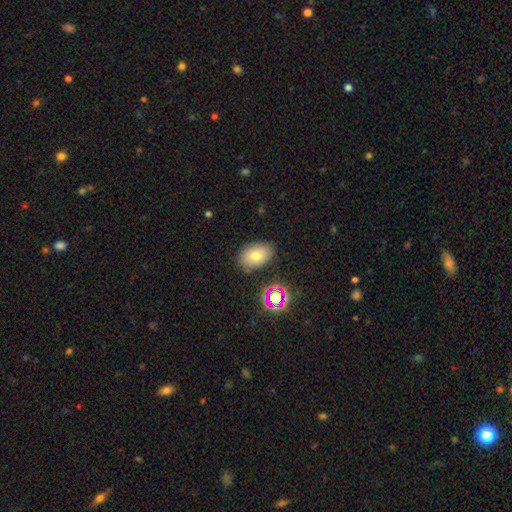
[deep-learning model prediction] Overall: smooth (68%). How rounded: in between (84%). Merging: none (80%).